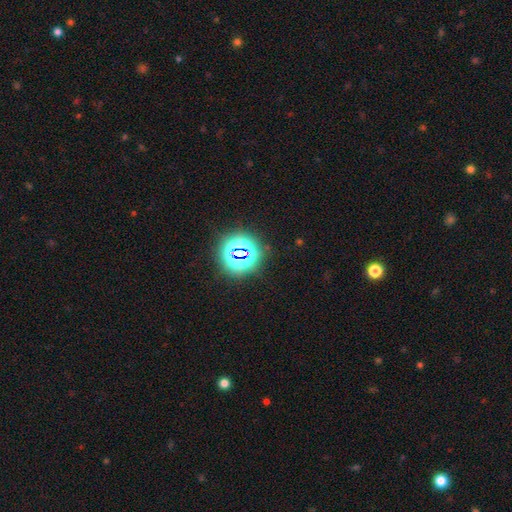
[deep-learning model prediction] Smooth or featured?
  - star or artifact: 78% *
  - smooth: 16%
  - featured or disk: 6%